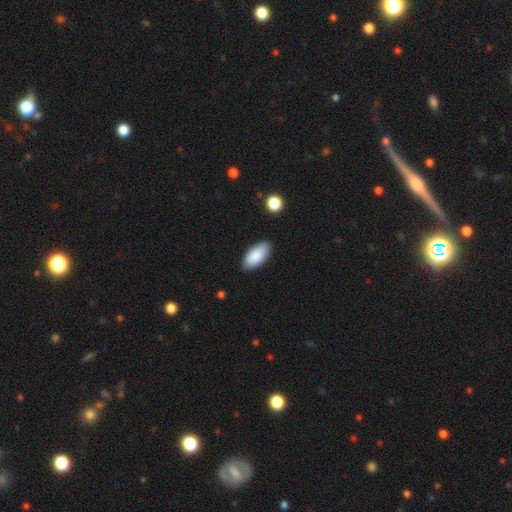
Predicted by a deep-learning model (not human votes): The model was most divided on "merging": none: 85%, minor disturbance: 11%, major disturbance: 2%, merger: 2%. More confident: how rounded — in between (92%); smooth or featured — smooth (88%).